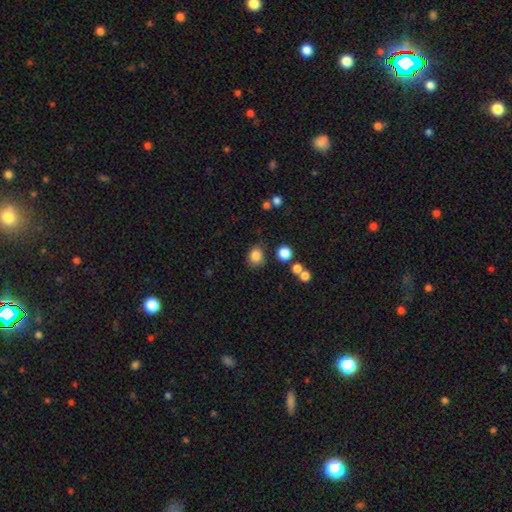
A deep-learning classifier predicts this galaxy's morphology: Smooth or featured?
  - smooth: 84% *
  - star or artifact: 11%
  - featured or disk: 5%
How rounded?
  - round: 65% *
  - in between: 34%
  - cigar-shaped: 1%
Merging?
  - none: 76% *
  - minor disturbance: 14%
  - merger: 5%
  - major disturbance: 4%